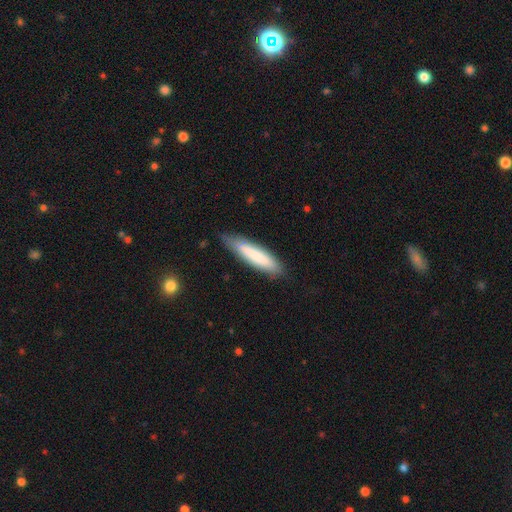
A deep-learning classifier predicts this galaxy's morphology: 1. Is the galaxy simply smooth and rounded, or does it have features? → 78% smooth, 16% featured or disk, 6% star or artifact.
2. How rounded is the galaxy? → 80% cigar-shaped, 19% in between, 1% round.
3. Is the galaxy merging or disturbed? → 79% none, 17% minor disturbance, 3% major disturbance, 1% merger.